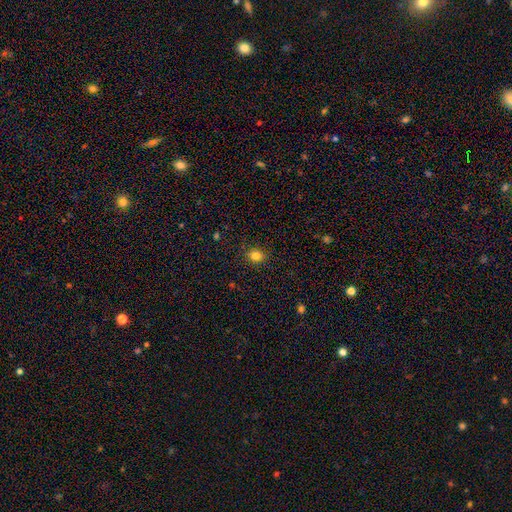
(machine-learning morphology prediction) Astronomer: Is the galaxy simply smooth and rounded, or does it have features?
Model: smooth — 81%.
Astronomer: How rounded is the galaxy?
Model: round — 59% (runner-up: in between, 40%).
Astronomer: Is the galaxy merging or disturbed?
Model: none — 88%.